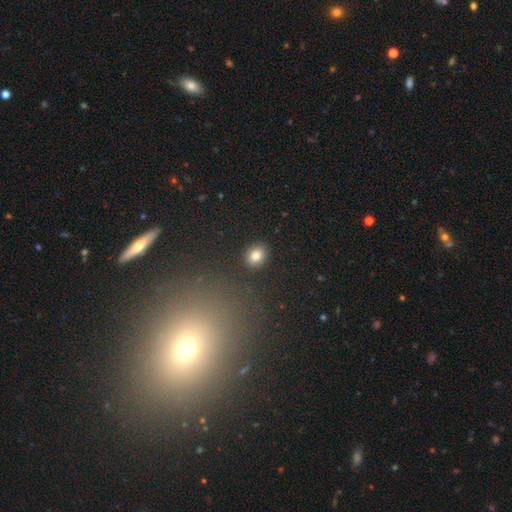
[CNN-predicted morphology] A smooth galaxy with no disk features (81%) that is round (51%).

Vote fractions:
- Smooth or featured? smooth: 81% / star or artifact: 11% / featured or disk: 8%
- How rounded? round: 51% / in between: 48% / cigar-shaped: 1%
- Merging? none: 89% / minor disturbance: 7% / major disturbance: 2% / merger: 2%